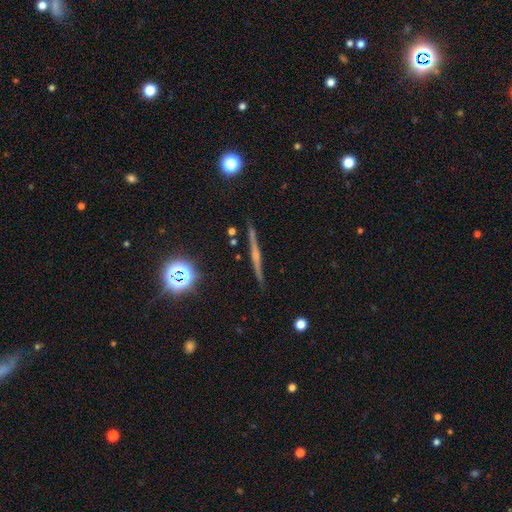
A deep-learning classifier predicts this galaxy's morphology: This is likely a featured or disk galaxy (65%). It is clearly viewed edge-on (98%). Edge-on bulge: possibly rounded (59%). Merging: clearly none (90%).